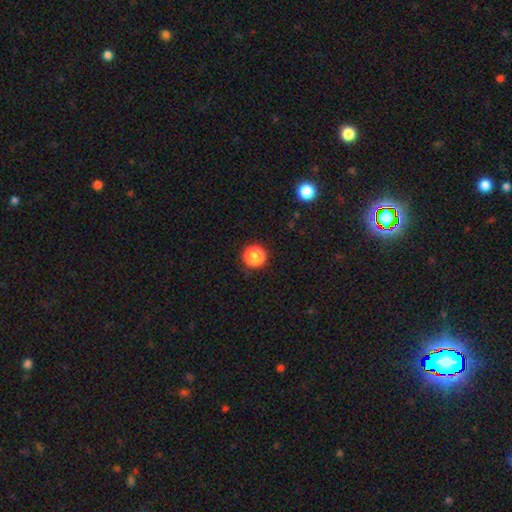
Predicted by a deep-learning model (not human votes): Smooth or featured: smooth — 83% (star or artifact — 14%)
How rounded: round — 92% (in between — 7%)
Merging: none — 89% (minor disturbance — 7%)